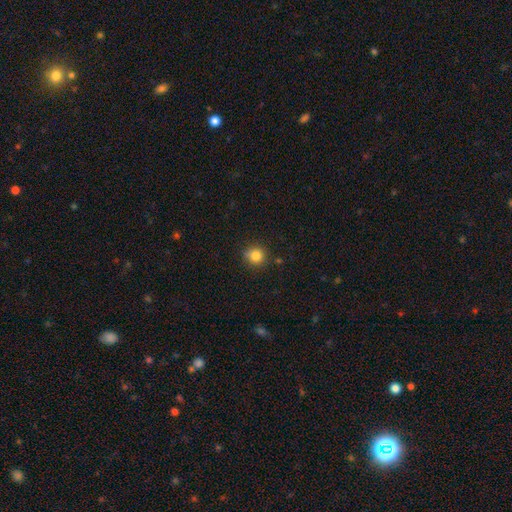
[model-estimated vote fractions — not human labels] smooth 83%, star or artifact 12%, featured or disk 6%. Down the decision tree: how rounded — round (89%); merging — none (82%).